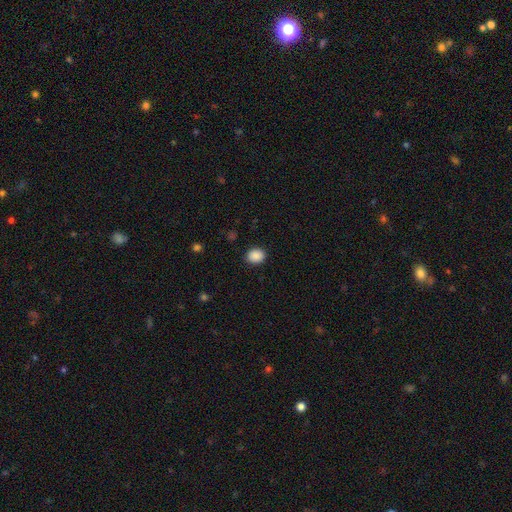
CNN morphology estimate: Overall: smooth (89%). How rounded: round (51%; in between 48%). Merging: none (89%).